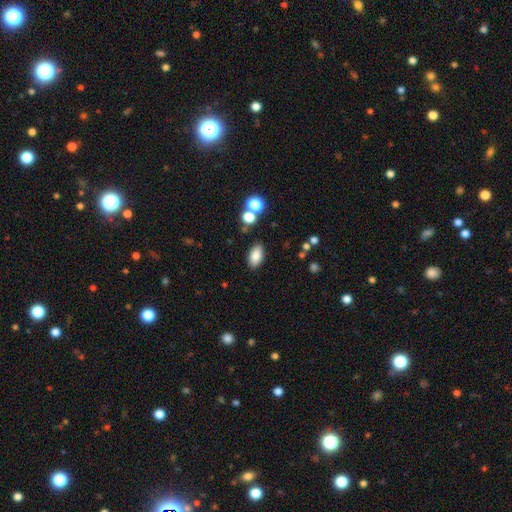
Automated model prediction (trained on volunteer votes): Smooth or featured? smooth (82%)
How rounded? in between (90%)
Merging? none (84%)